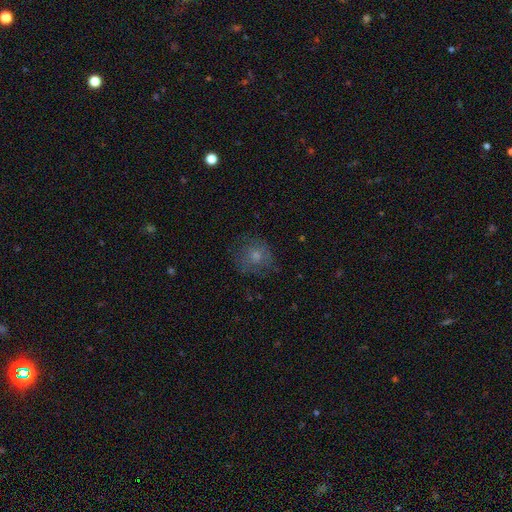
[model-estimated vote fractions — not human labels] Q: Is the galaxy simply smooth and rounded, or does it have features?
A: smooth — 66%.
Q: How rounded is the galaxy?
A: round — 83%.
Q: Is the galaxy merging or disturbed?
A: none — 70%.